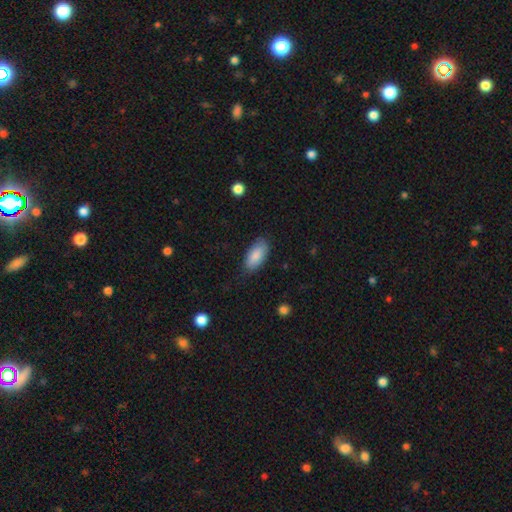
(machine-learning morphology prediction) smooth 86%, featured or disk 8%, star or artifact 6%. Down the decision tree: how rounded — in between (91%); merging — none (76%).